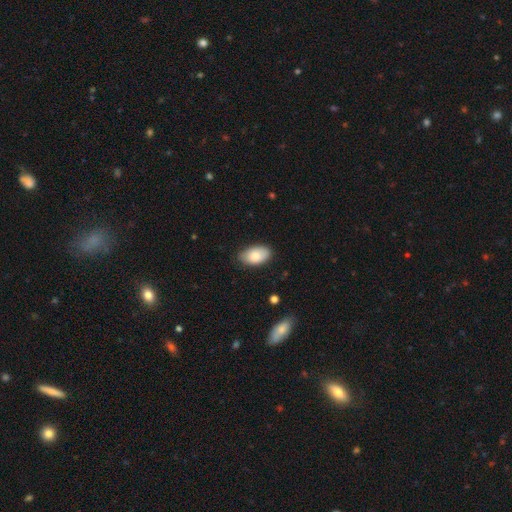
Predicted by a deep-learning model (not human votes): smooth-or-featured: smooth: 83% | featured or disk: 11% | star or artifact: 6%
  how-rounded: in between: 94% | round: 5% | cigar-shaped: 1%
  merging: none: 79% | minor disturbance: 17% | major disturbance: 3% | merger: 1%